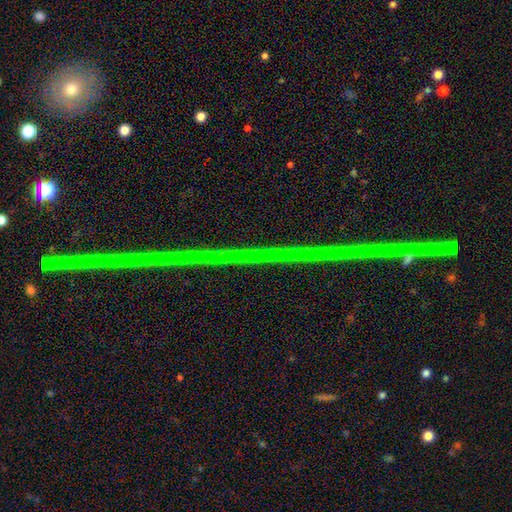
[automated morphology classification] smooth-or-featured: star or artifact: 89% | featured or disk: 7% | smooth: 4%